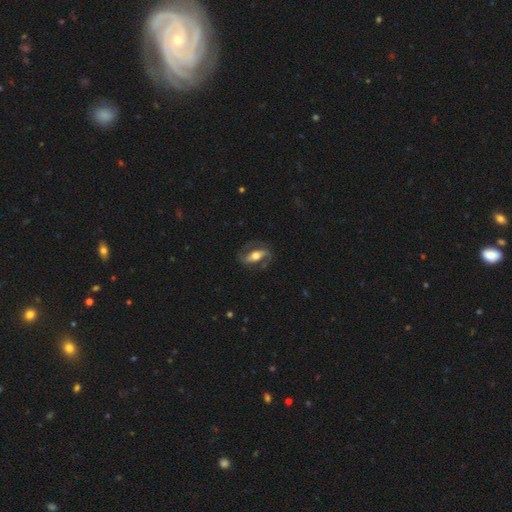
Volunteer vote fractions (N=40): A featured or disk galaxy (72%) with a strong bar (64%), 2 (92%) medium (62%) spiral arms (93%) and a moderate central bulge (79%).

Vote fractions:
- Smooth or featured? featured or disk: 72% / smooth: 20% / star or artifact: 8%
- Edge-on disk? no: 97% / yes: 3%
- Bar? strong: 64% / weak: 21% / no: 14%
- Spiral arms? yes: 93% / no: 7%
- Spiral winding? medium: 62% / tight: 23% / loose: 15%
- Spiral arm count? 2: 92% / 1: 8% / 3: 0% / 4: 0% / more than 4: 0% / can't tell: 0%
- Bulge size? moderate: 79% / large: 14% / dominant: 4% / small: 4% / none: 0%
- Merging? none: 70% / major disturbance: 16% / minor disturbance: 11% / merger: 3%